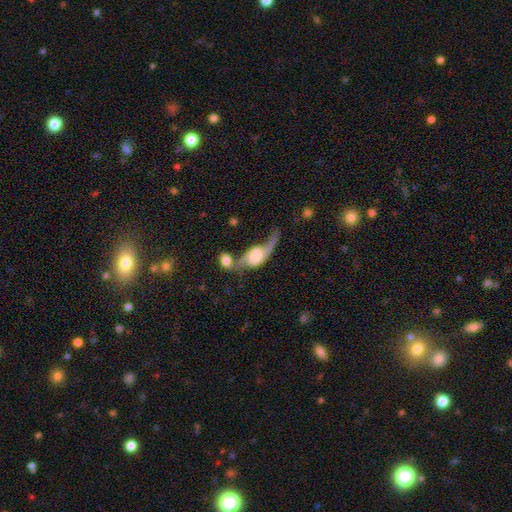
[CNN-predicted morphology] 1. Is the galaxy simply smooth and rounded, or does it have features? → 74% featured or disk, 19% smooth, 7% star or artifact.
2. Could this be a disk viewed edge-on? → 90% no, 10% yes.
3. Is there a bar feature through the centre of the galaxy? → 53% no, 34% weak, 14% strong.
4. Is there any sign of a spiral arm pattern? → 89% yes, 11% no.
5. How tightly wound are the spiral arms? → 84% loose, 12% medium, 4% tight.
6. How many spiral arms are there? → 79% 2, 15% 1, 3% can't tell, 1% 3, 1% 4, 1% more than 4.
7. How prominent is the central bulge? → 28% large, 25% none, 19% moderate, 18% small, 11% dominant.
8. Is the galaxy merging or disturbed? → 40% merger, 25% none, 21% major disturbance, 14% minor disturbance.